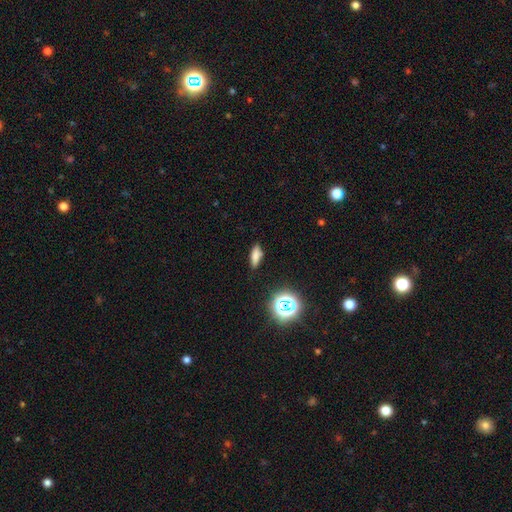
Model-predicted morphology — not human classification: Q: Smooth or featured?
A: smooth (73%); runner-up: star or artifact (15%)
Q: How rounded?
A: in between (63%); runner-up: cigar-shaped (32%)
Q: Merging?
A: none (79%); runner-up: minor disturbance (15%)